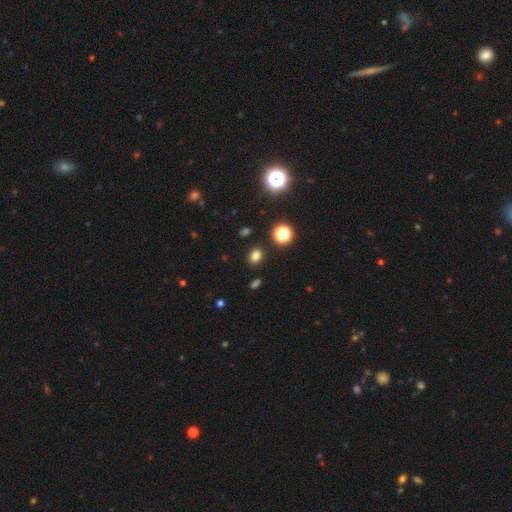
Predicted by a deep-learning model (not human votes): Q: Smooth or featured?
A: smooth (76%); runner-up: star or artifact (19%)
Q: How rounded?
A: round (53%); runner-up: in between (46%)
Q: Merging?
A: none (88%); runner-up: minor disturbance (7%)